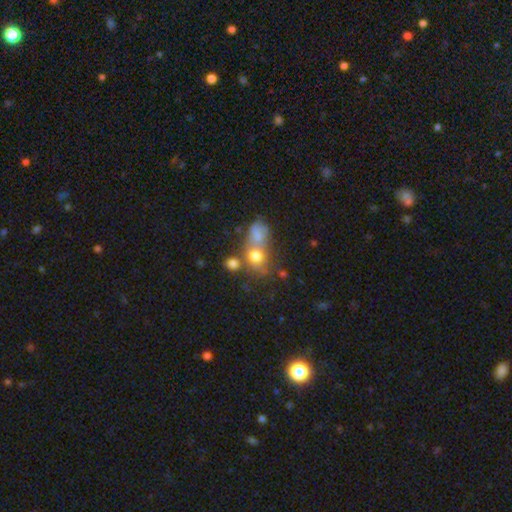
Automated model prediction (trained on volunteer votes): Smooth or featured: smooth — 69% (featured or disk — 17%)
How rounded: round — 59% (in between — 39%)
Merging: merger — 56% (none — 28%)